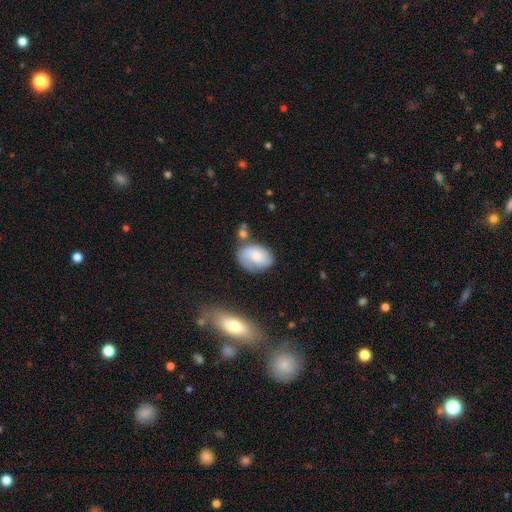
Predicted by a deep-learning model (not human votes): A smooth galaxy with no disk features (57%) that is in between round and cigar-shaped (74%). Merging: none (51%).